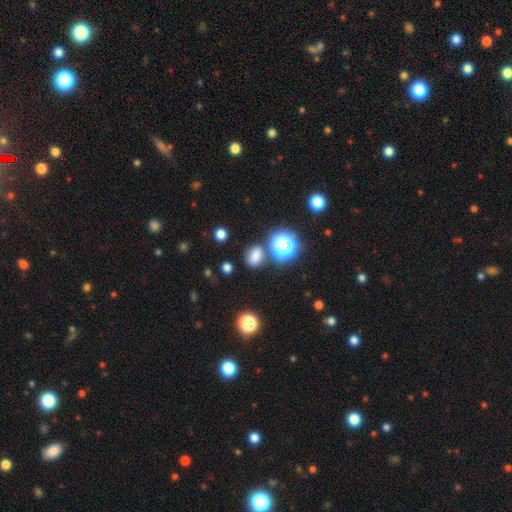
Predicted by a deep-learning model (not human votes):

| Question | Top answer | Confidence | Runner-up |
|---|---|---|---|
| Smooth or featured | smooth | 70% | star or artifact (23%) |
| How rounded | in between | 62% | round (37%) |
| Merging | none | 74% | minor disturbance (13%) |